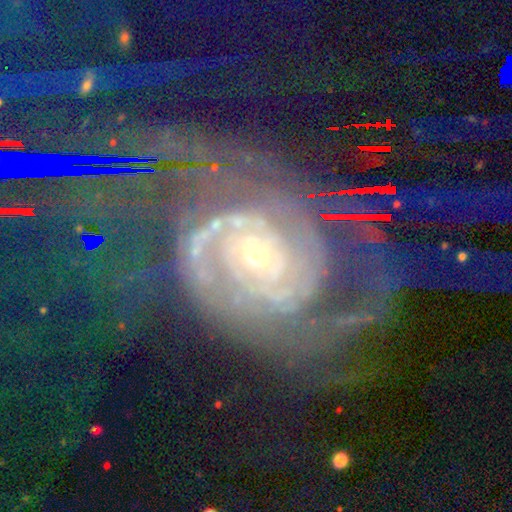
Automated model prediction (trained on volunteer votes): This is clearly a featured or disk galaxy (83%). It is clearly not viewed edge-on (97%). Bar: likely no (69%). Spiral arm pattern: clearly yes (97%). Spiral arm count: marginally 2 (39%). Spiral winding: possibly tight (58%). Central bulge: likely small (71%). Merging: possibly none (55%).